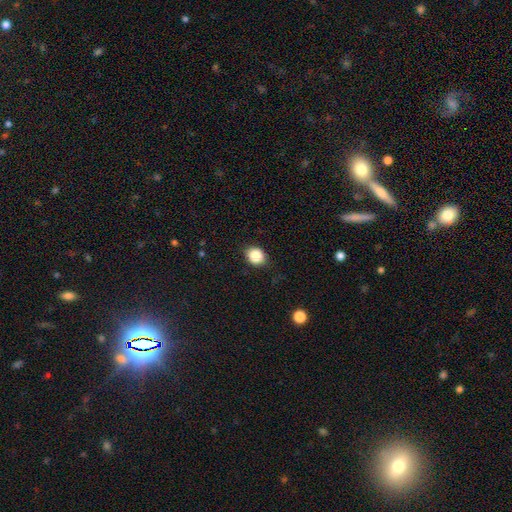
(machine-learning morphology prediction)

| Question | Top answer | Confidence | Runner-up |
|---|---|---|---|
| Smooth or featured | smooth | 86% | star or artifact (9%) |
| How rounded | round | 60% | in between (39%) |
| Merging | none | 86% | minor disturbance (10%) |